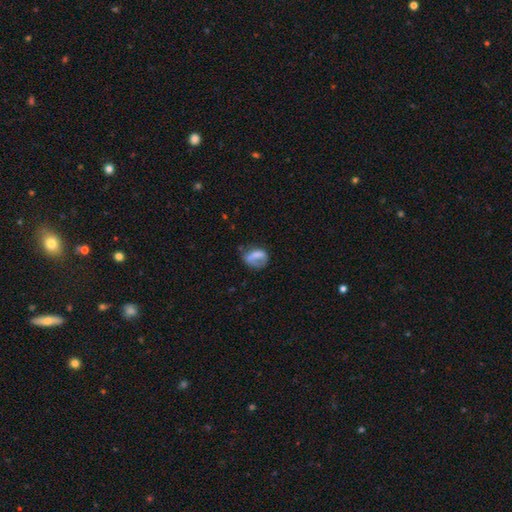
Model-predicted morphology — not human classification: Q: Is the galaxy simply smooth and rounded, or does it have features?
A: smooth — 63%.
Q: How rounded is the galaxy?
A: in between — 55%.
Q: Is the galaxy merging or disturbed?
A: none — 39%.